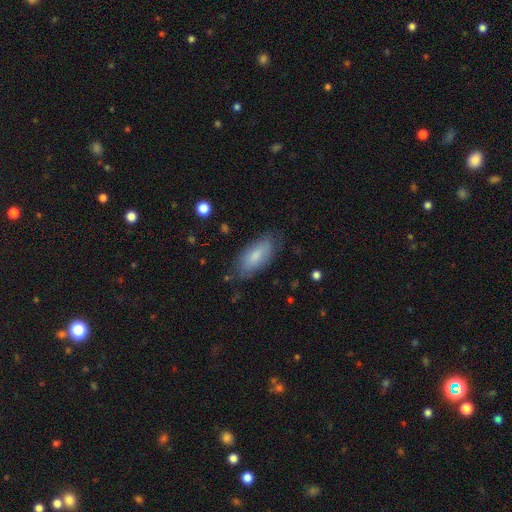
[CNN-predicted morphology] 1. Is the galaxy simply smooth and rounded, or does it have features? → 78% smooth, 16% featured or disk, 6% star or artifact.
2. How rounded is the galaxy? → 85% in between, 13% cigar-shaped, 2% round.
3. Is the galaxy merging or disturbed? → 76% none, 18% minor disturbance, 4% major disturbance, 2% merger.